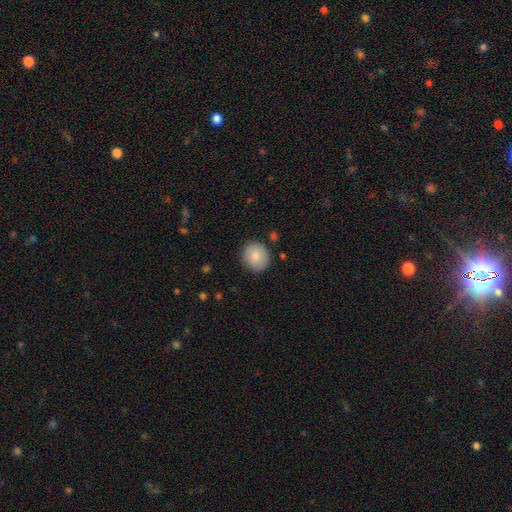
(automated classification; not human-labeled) Smooth or featured: smooth — 84% (featured or disk — 9%)
How rounded: round — 83% (in between — 16%)
Merging: none — 87% (minor disturbance — 9%)